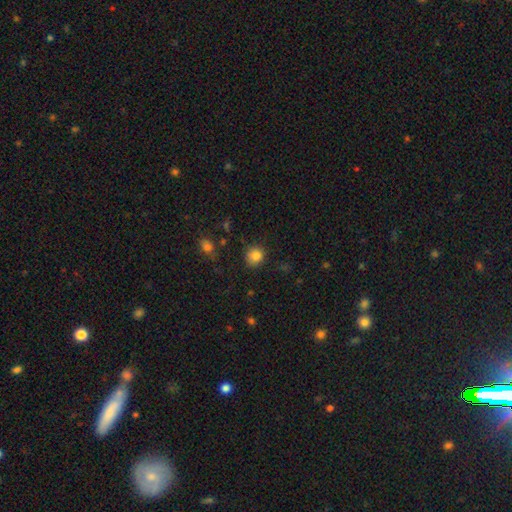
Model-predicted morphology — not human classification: type=smooth (84%); roundness=round (86%); merging=none (83%).